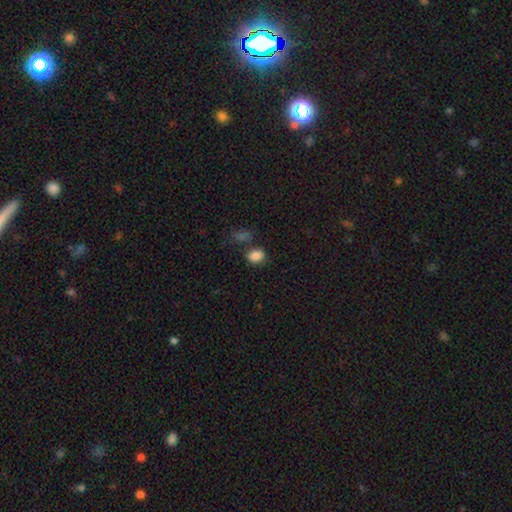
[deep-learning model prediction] Q: Smooth or featured?
A: smooth (85%); runner-up: star or artifact (11%)
Q: How rounded?
A: in between (70%); runner-up: round (28%)
Q: Merging?
A: none (68%); runner-up: minor disturbance (16%)